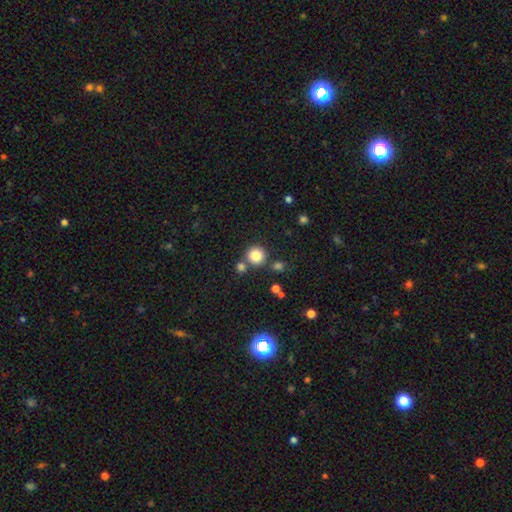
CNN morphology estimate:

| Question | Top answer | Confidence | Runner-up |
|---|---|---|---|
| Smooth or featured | smooth | 83% | star or artifact (11%) |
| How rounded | round | 93% | in between (6%) |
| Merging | none | 75% | merger (14%) |